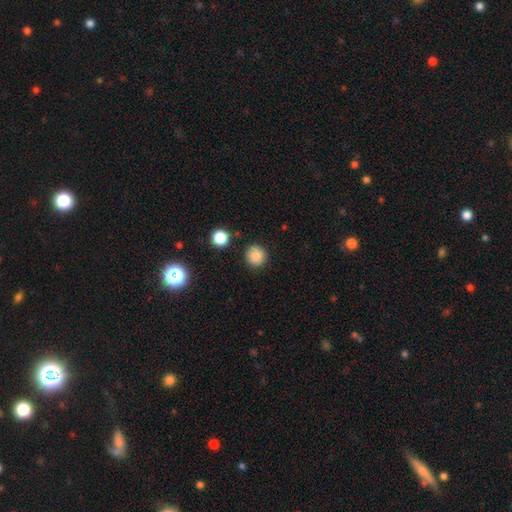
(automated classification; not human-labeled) A smooth galaxy with no disk features (86%) that is round (92%).

Vote fractions:
- Smooth or featured? smooth: 86% / star or artifact: 11% / featured or disk: 4%
- How rounded? round: 92% / in between: 7% / cigar-shaped: 1%
- Merging? none: 89% / minor disturbance: 7% / major disturbance: 2% / merger: 2%